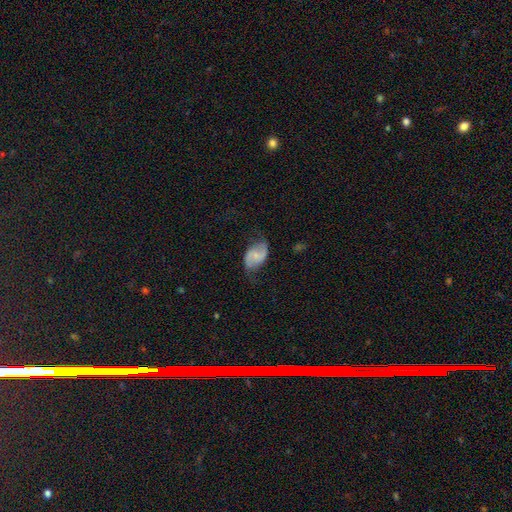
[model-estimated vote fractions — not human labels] A featured or disk galaxy (62%) with no bar (47%), 2 (90%) loose (56%) spiral arms (89%) and a small central bulge (53%).

Vote fractions:
- Smooth or featured? featured or disk: 62% / smooth: 31% / star or artifact: 7%
- Edge-on disk? no: 97% / yes: 3%
- Bar? no: 47% / weak: 41% / strong: 12%
- Spiral arms? yes: 89% / no: 11%
- Spiral winding? loose: 56% / medium: 33% / tight: 11%
- Spiral arm count? 2: 90% / can't tell: 5% / 1: 2% / 3: 1% / 4: 1% / more than 4: 1%
- Bulge size? small: 53% / moderate: 22% / none: 21% / large: 2% / dominant: 1%
- Merging? none: 62% / minor disturbance: 24% / major disturbance: 11% / merger: 2%